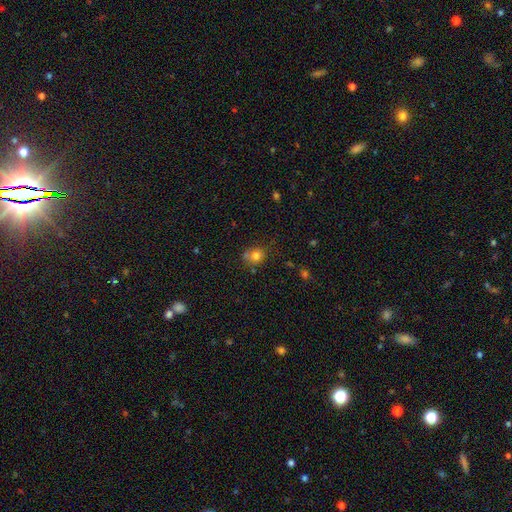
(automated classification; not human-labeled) The model was most divided on "merging": none: 57%, merger: 20%, minor disturbance: 17%, major disturbance: 6%. More confident: smooth or featured — smooth (78%); how rounded — round (75%).